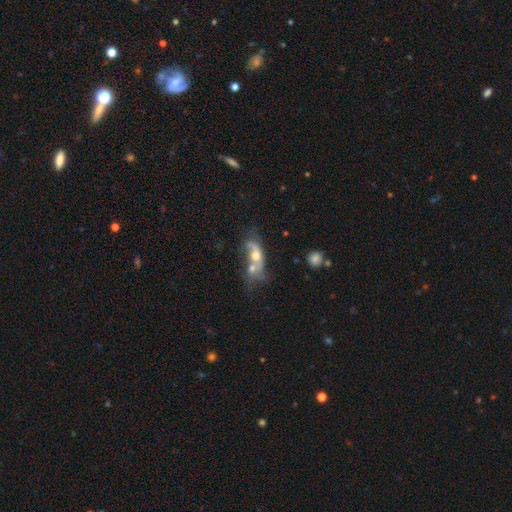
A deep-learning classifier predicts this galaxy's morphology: A featured or disk galaxy (51%).

Vote fractions:
- Smooth or featured? featured or disk: 51% / smooth: 41% / star or artifact: 9%
- Edge-on disk? no: 87% / yes: 13%
- Merging? merger: 59% / none: 17% / major disturbance: 13% / minor disturbance: 11%